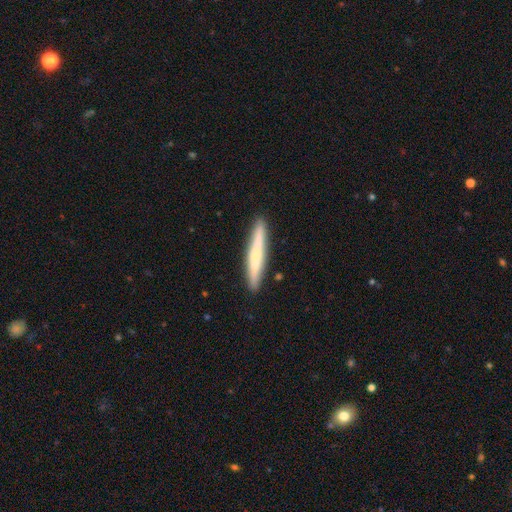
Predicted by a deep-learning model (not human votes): A smooth galaxy with no disk features (58%) that is cigar-shaped (95%).

Vote fractions:
- Smooth or featured? smooth: 58% / featured or disk: 37% / star or artifact: 6%
- How rounded? cigar-shaped: 95% / in between: 3% / round: 1%
- Merging? none: 90% / minor disturbance: 7% / major disturbance: 1% / merger: 1%